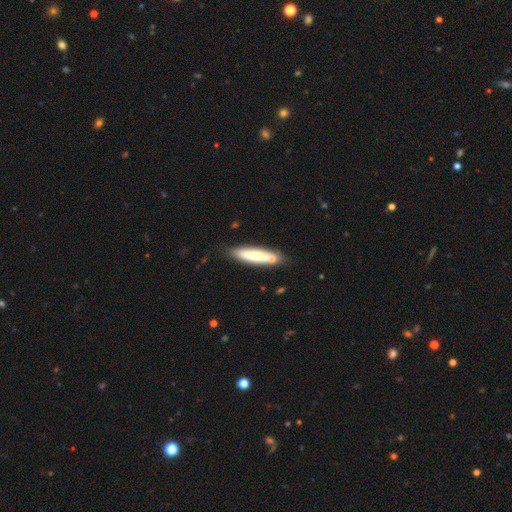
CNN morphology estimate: Q: Smooth or featured?
A: smooth (72%); runner-up: featured or disk (22%)
Q: How rounded?
A: cigar-shaped (76%); runner-up: in between (23%)
Q: Merging?
A: none (74%); runner-up: minor disturbance (14%)